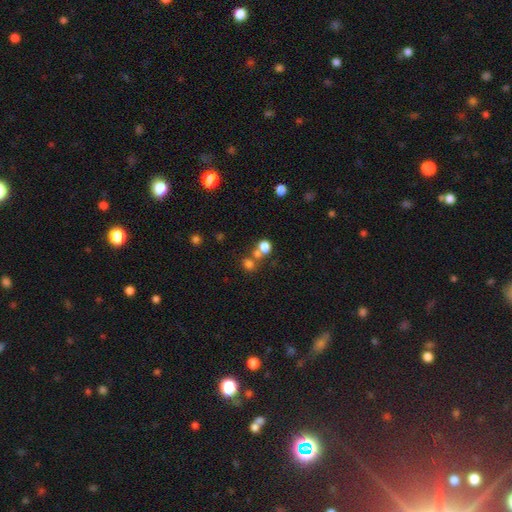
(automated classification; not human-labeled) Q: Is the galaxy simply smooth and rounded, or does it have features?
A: smooth — 46%.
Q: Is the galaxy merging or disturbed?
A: none — 59%.